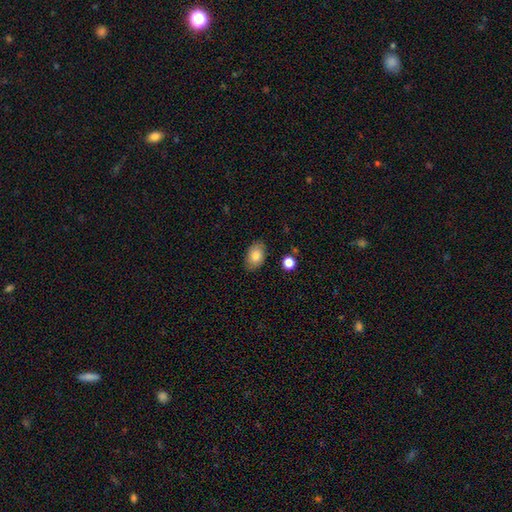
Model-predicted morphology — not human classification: The model was most divided on "merging": none: 83%, minor disturbance: 12%, major disturbance: 3%, merger: 2%. More confident: how rounded — in between (87%); smooth or featured — smooth (84%).